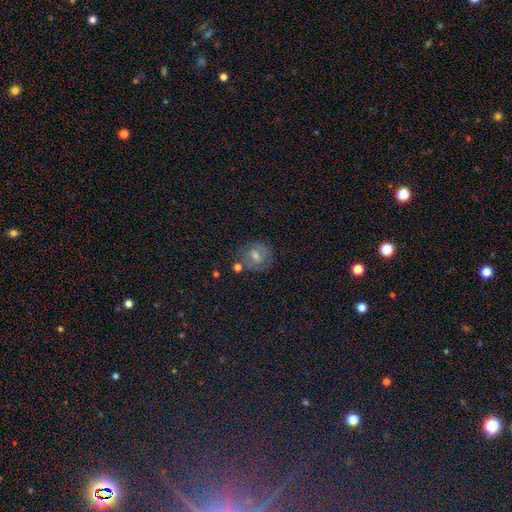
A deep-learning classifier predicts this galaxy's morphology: Q: Smooth or featured?
A: smooth (42%); runner-up: featured or disk (34%)
Q: Merging?
A: none (75%); runner-up: minor disturbance (15%)